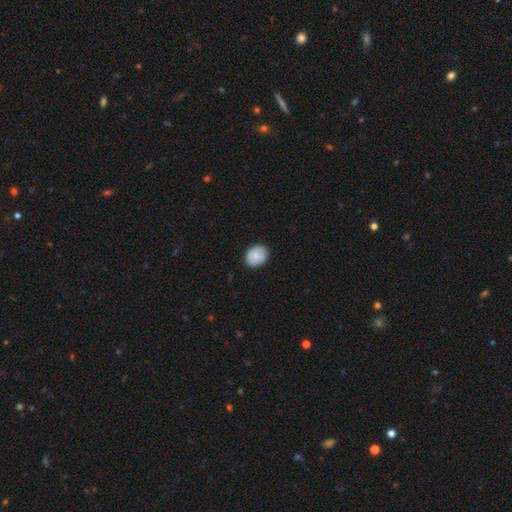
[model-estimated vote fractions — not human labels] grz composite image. It shows a smooth galaxy with no disk features (79%) that is round (50%). Merging: none (83%).